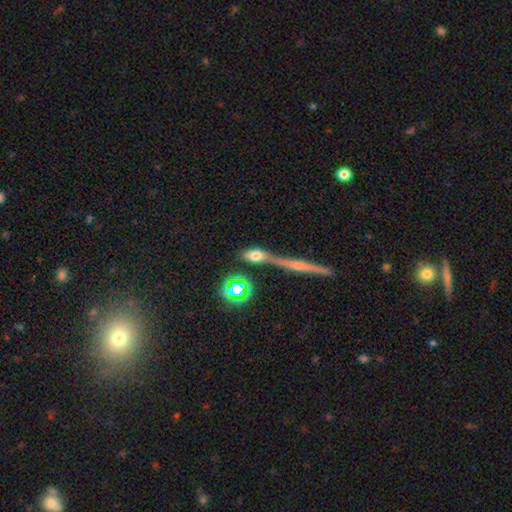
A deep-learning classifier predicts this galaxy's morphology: Smooth or featured? Predicted: smooth (p=0.60). How rounded? Predicted: in between (p=0.63). Merging? Predicted: none (p=0.54).